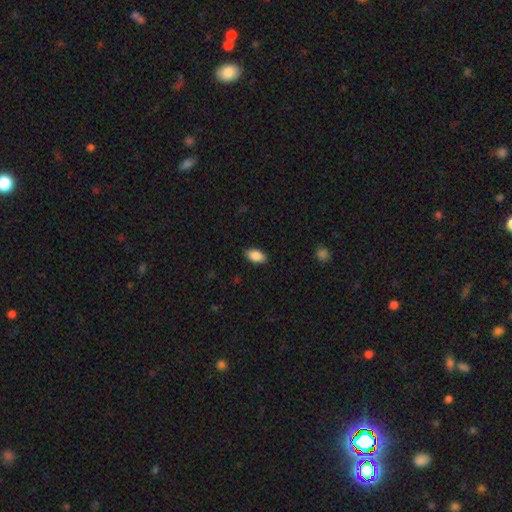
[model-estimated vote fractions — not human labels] This appears to be a smooth galaxy with no disk features (87%) that is in between round and cigar-shaped (92%). Merging: none (87%).